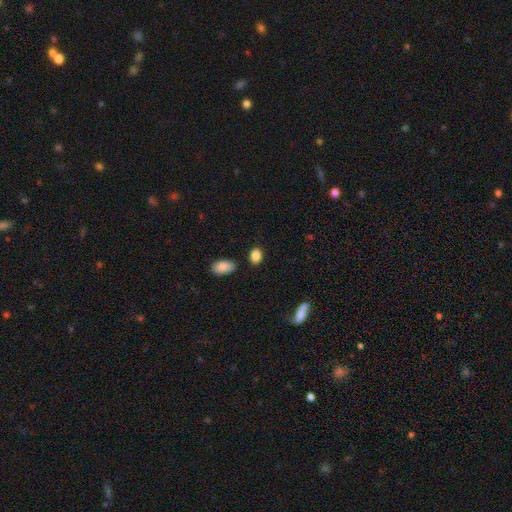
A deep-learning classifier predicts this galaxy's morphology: smooth-or-featured: smooth: 87% | star or artifact: 9% | featured or disk: 5%
  how-rounded: in between: 75% | round: 24% | cigar-shaped: 2%
  merging: none: 82% | minor disturbance: 11% | merger: 4% | major disturbance: 3%